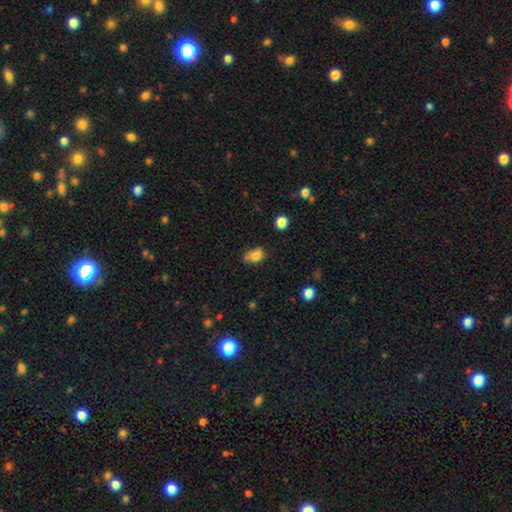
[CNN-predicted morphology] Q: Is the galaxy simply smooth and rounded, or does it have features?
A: smooth — 78%.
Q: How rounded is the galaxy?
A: in between — 78%.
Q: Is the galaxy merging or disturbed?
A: none — 50%.